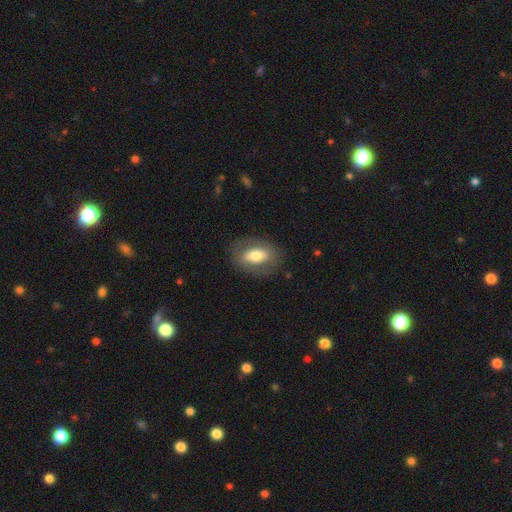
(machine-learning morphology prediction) This is possibly a smooth galaxy (58%). How rounded: clearly in between (84%). Merging: likely none (80%).